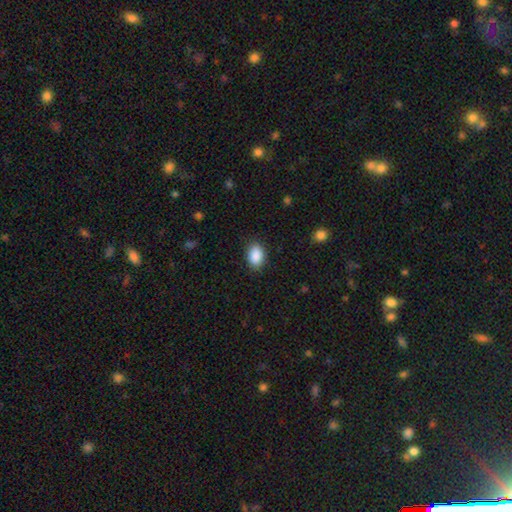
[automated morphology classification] Smooth or featured?
  - smooth: 90% *
  - star or artifact: 7%
  - featured or disk: 3%
How rounded?
  - in between: 86% *
  - round: 13%
  - cigar-shaped: 1%
Merging?
  - none: 86% *
  - minor disturbance: 10%
  - major disturbance: 3%
  - merger: 1%